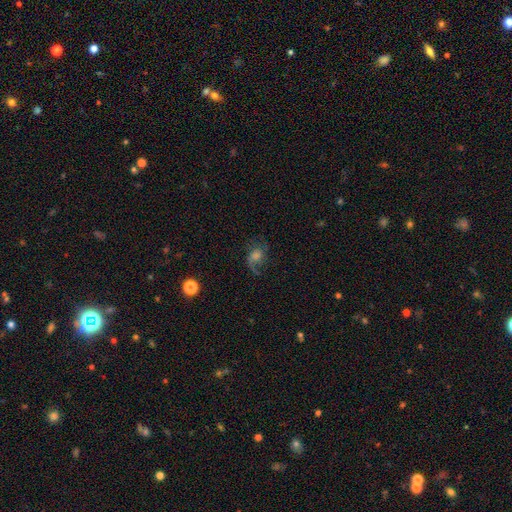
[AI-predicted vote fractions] The model was most divided on "spiral winding": loose: 53%, medium: 37%, tight: 10%. Remaining: edge-on disk — no (96%); spiral arms — yes (91%); bar — no (62%); merging — none (60%); smooth or featured — featured or disk (60%); spiral arm count — 2 (59%); bulge size — moderate (42%).